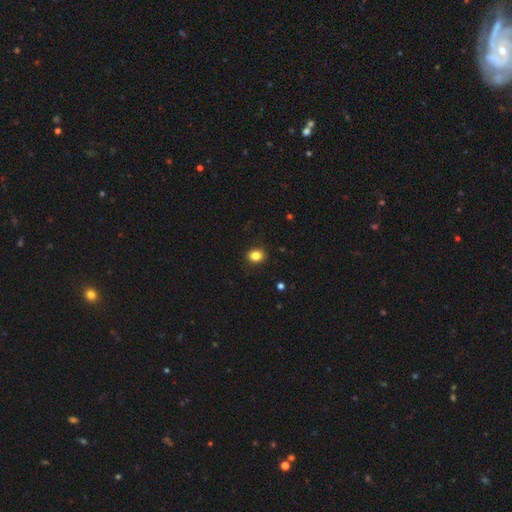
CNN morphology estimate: Smooth or featured: smooth — 84% (star or artifact — 11%)
How rounded: round — 64% (in between — 36%)
Merging: none — 90% (minor disturbance — 7%)